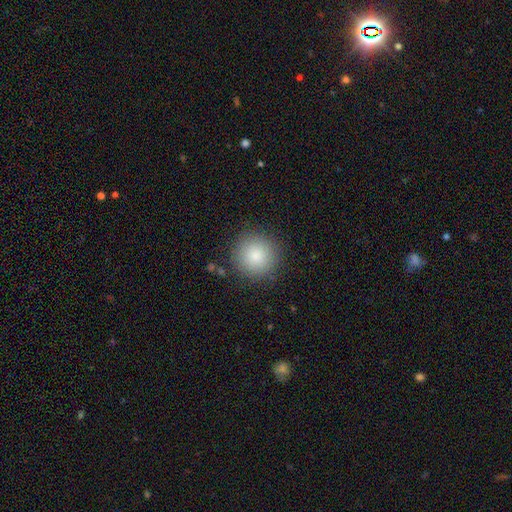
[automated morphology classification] A smooth galaxy with no disk features (85%) that is round (95%). Merging: none (89%).